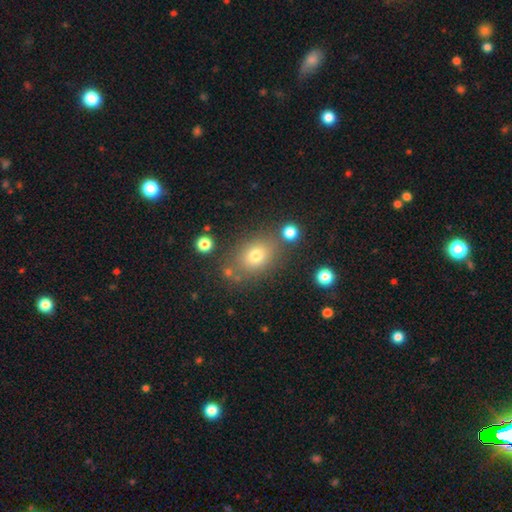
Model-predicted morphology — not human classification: smooth_or_featured: smooth (p=0.74) [alt: star or artifact p=0.14]
how_rounded: in between (p=0.57) [alt: round p=0.42]
merging: none (p=0.74) [alt: minor disturbance p=0.13]